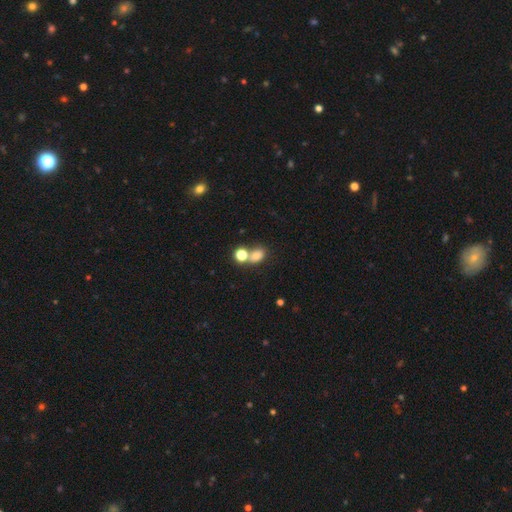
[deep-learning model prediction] Overall: smooth (76%). How rounded: in between (61%; round 38%). Merging: none (43%; merger 41%).